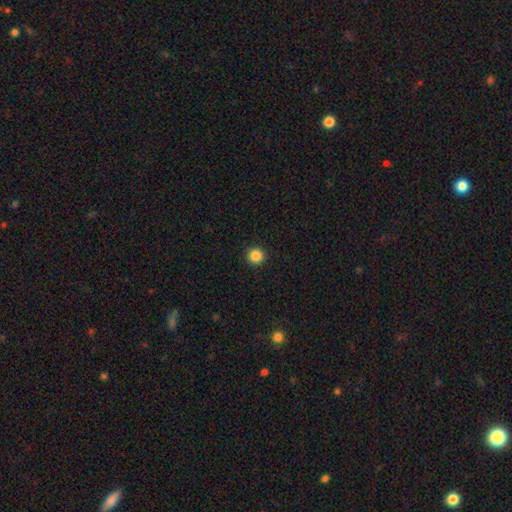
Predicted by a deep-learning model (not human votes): A smooth galaxy with no disk features (86%) that is round (96%).

Vote fractions:
- Smooth or featured? smooth: 86% / star or artifact: 11% / featured or disk: 3%
- How rounded? round: 96% / in between: 3% / cigar-shaped: 1%
- Merging? none: 93% / minor disturbance: 4% / major disturbance: 2% / merger: 1%